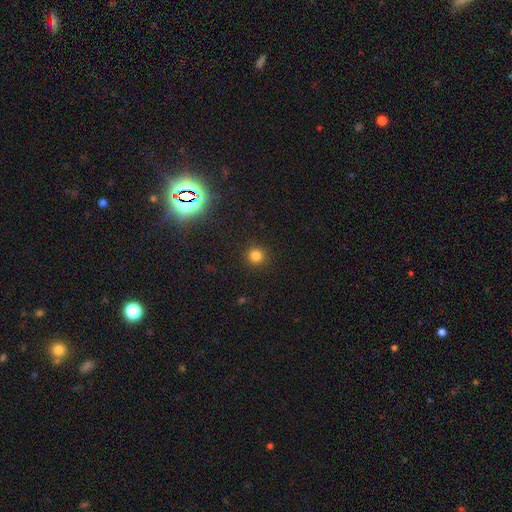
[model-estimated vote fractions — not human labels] This is clearly a smooth galaxy (80%). How rounded: clearly round (94%). Merging: clearly none (92%).